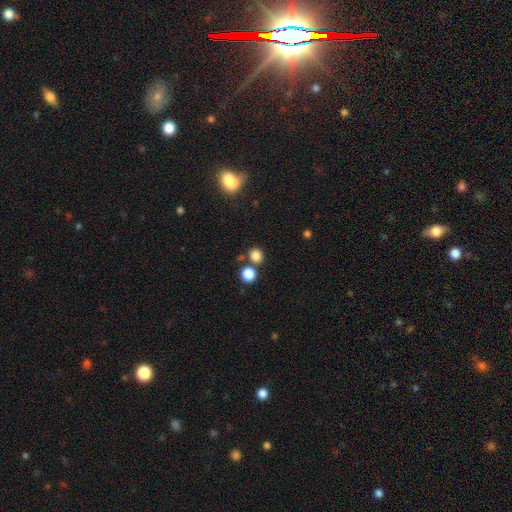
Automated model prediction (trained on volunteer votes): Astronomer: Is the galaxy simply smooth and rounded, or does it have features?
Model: smooth — 83%.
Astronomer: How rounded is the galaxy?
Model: round — 84%.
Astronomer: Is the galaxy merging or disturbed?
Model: none — 70%.